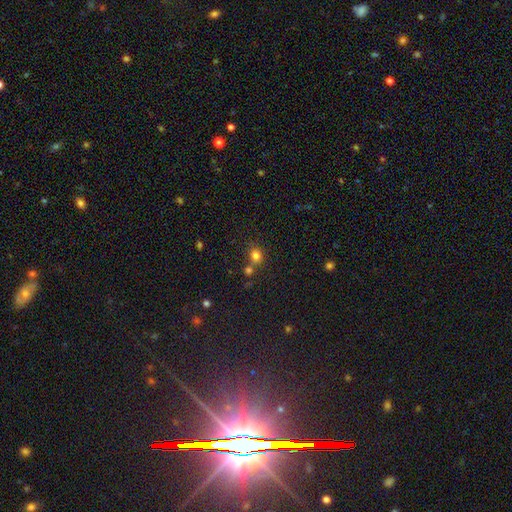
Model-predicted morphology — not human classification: The model was most divided on "merging": none: 57%, merger: 29%, minor disturbance: 10%, major disturbance: 4%. More confident: smooth or featured — smooth (78%); how rounded — round (75%).